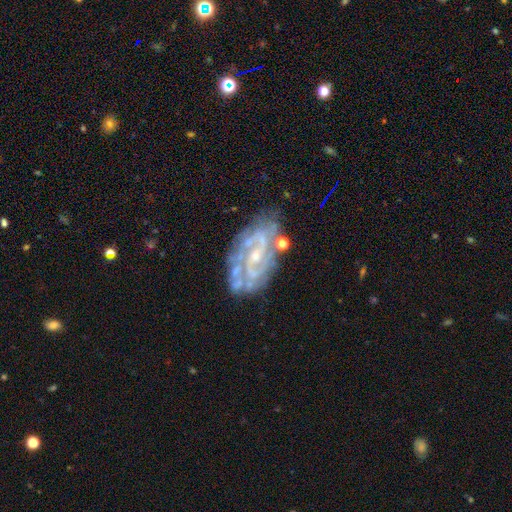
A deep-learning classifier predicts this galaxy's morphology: Smooth or featured: featured or disk — 85% (smooth — 8%)
Edge-on disk: no — 96% (yes — 4%)
Bar: no — 48% (weak — 39%)
Spiral arms: yes — 89% (no — 11%)
Spiral winding: tight — 50% (medium — 38%)
Spiral arm count: 2 — 39% (can't tell — 30%)
Bulge size: small — 70% (moderate — 23%)
Merging: none — 65% (minor disturbance — 20%)